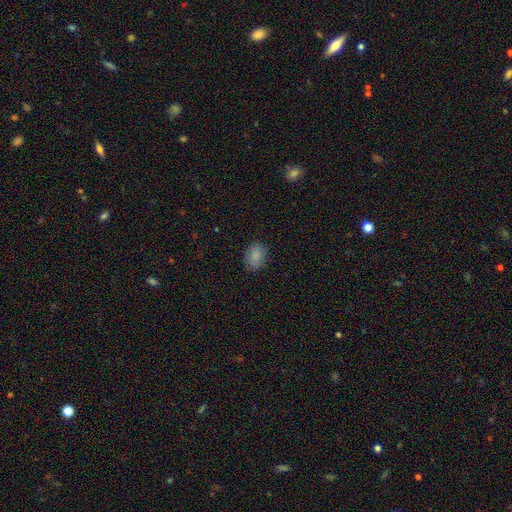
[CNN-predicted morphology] This appears to be a smooth galaxy with no disk features (86%) that is in between round and cigar-shaped (75%). Merging: none (84%).